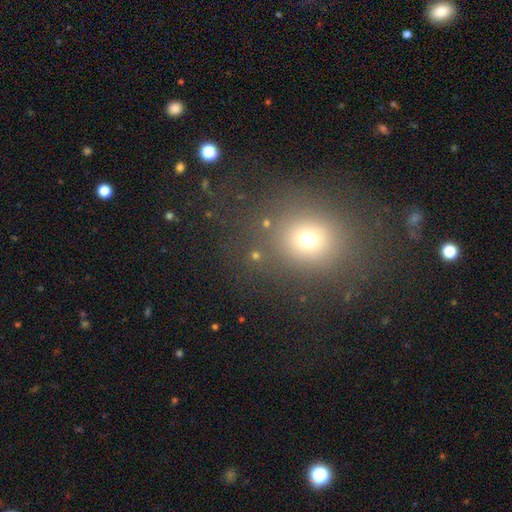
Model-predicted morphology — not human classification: smooth 63%, star or artifact 27%, featured or disk 10%. Down the decision tree: how rounded — round (80%); merging — none (77%).